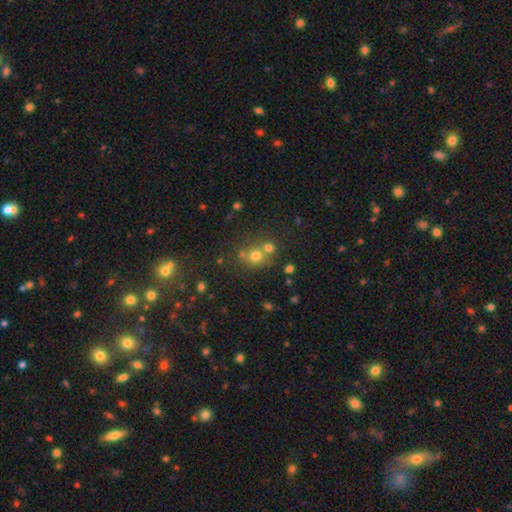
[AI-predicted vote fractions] Smooth or featured?
  - smooth: 67% *
  - star or artifact: 21%
  - featured or disk: 12%
How rounded?
  - round: 85% *
  - in between: 14%
  - cigar-shaped: 1%
Merging?
  - none: 55% *
  - merger: 34%
  - minor disturbance: 8%
  - major disturbance: 4%